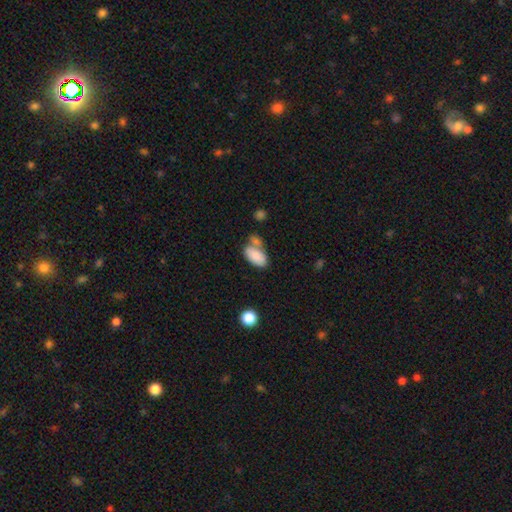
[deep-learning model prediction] Smooth or featured? Predicted: smooth (p=0.85). How rounded? Predicted: in between (p=0.94). Merging? Predicted: none (p=0.42).